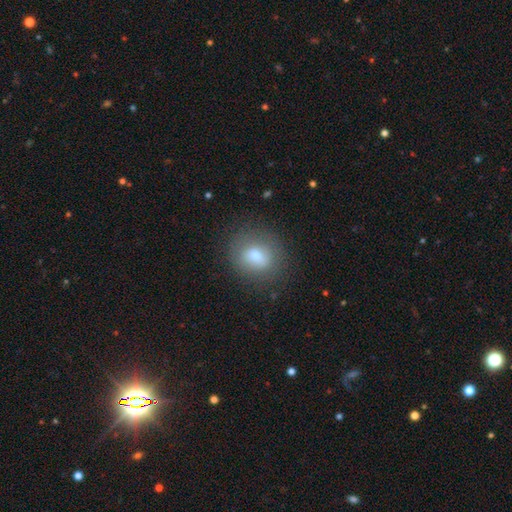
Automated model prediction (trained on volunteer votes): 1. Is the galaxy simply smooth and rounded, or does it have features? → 69% smooth, 20% featured or disk, 11% star or artifact.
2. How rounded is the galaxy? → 69% round, 30% in between, 1% cigar-shaped.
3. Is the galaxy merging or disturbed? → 81% none, 13% minor disturbance, 5% major disturbance, 2% merger.